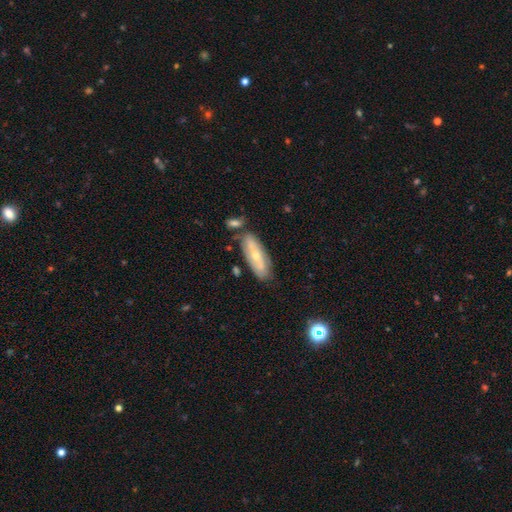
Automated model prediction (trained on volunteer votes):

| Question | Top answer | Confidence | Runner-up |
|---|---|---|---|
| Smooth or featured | featured or disk | 52% | smooth (41%) |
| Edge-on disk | no | 76% | yes (24%) |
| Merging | none | 71% | minor disturbance (17%) |